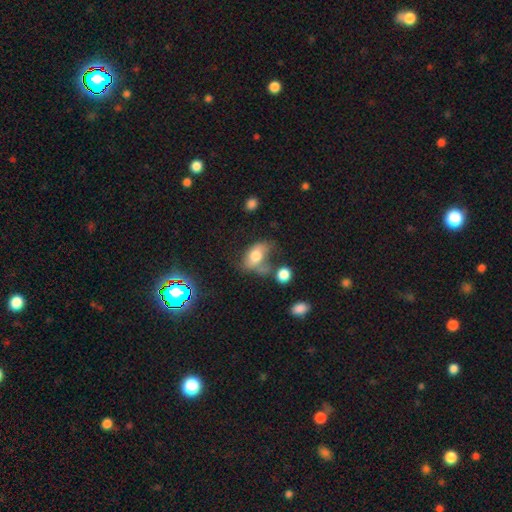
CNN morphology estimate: type=smooth (63%); roundness=in between (85%); merging=none (27%).